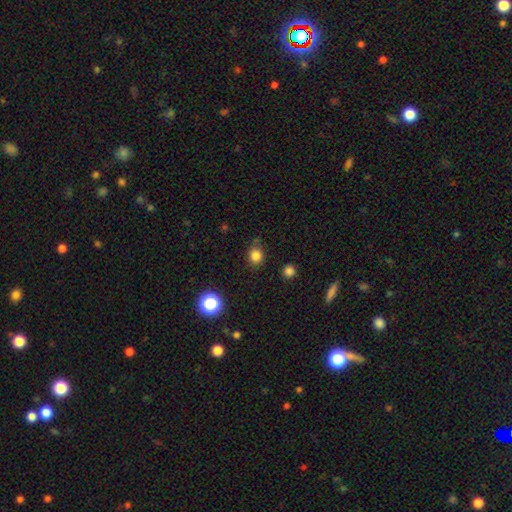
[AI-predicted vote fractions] smooth 82%, star or artifact 13%, featured or disk 5%. Down the decision tree: how rounded — round (78%); merging — none (77%).